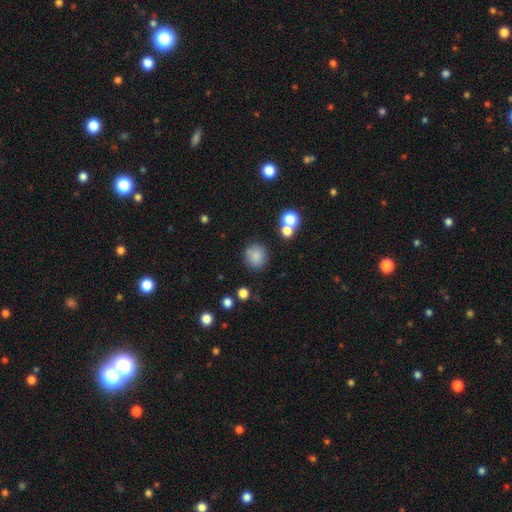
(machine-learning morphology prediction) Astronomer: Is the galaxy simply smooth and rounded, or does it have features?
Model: smooth — 82%.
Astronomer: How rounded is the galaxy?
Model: round — 90%.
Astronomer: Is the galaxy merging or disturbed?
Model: none — 79%.